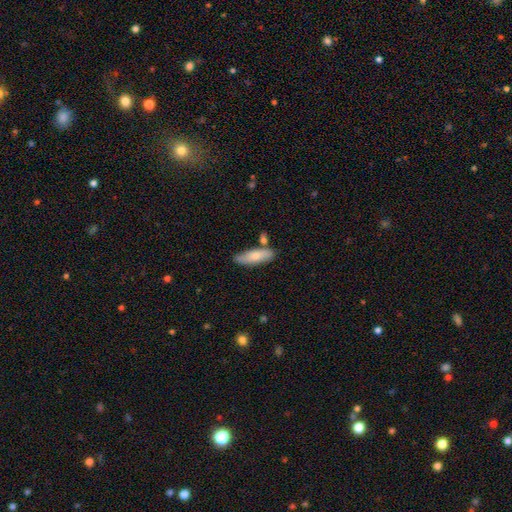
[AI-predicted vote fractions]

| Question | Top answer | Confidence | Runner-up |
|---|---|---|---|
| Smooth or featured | smooth | 75% | featured or disk (20%) |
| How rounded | in between | 55% | cigar-shaped (43%) |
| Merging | none | 70% | minor disturbance (17%) |